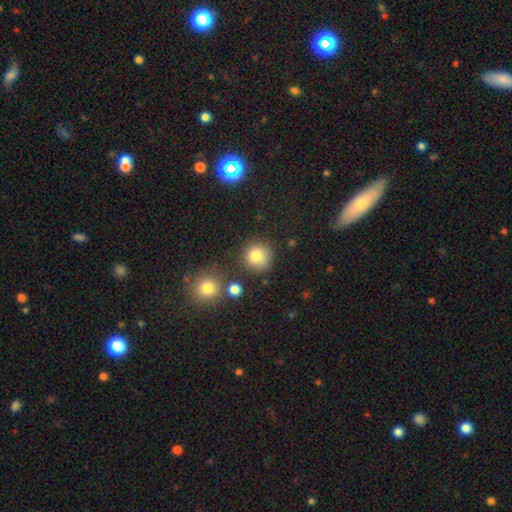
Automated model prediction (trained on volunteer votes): This is clearly a smooth galaxy (81%). How rounded: clearly round (91%). Merging: likely none (78%).